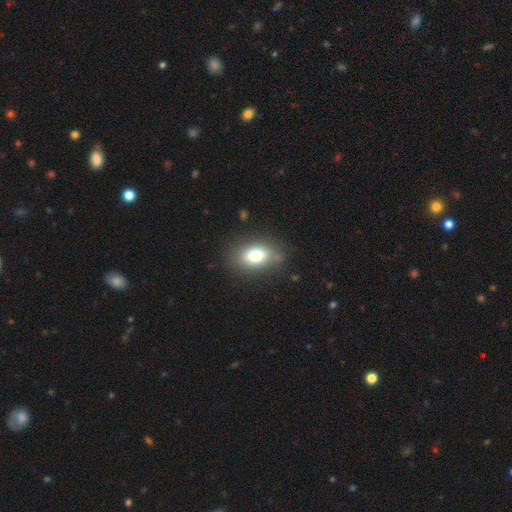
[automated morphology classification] smooth-or-featured: smooth: 73% | featured or disk: 17% | star or artifact: 11%
  how-rounded: in between: 78% | round: 19% | cigar-shaped: 3%
  merging: none: 79% | minor disturbance: 14% | major disturbance: 5% | merger: 2%